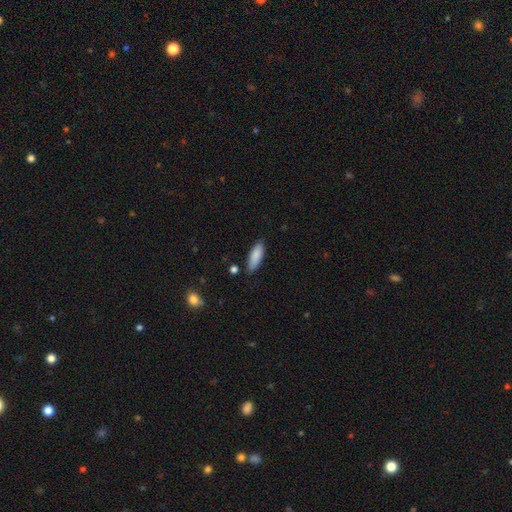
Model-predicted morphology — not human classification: This is clearly a smooth galaxy (86%). How rounded: likely in between (60%). Merging: clearly none (82%).